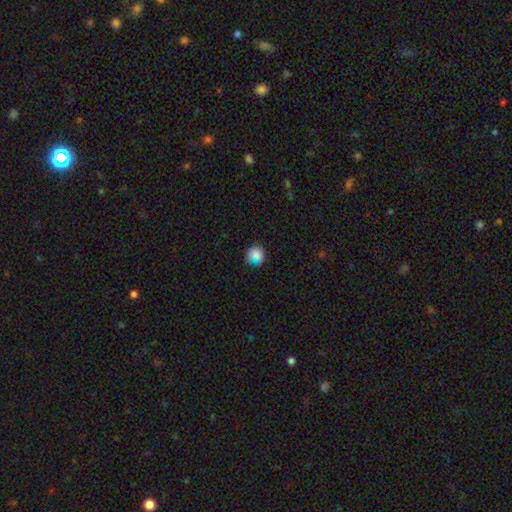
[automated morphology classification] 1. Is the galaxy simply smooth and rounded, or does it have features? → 78% smooth, 14% star or artifact, 8% featured or disk.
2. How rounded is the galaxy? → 85% round, 14% in between, 1% cigar-shaped.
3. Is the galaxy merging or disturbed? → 70% none, 20% minor disturbance, 6% major disturbance, 4% merger.